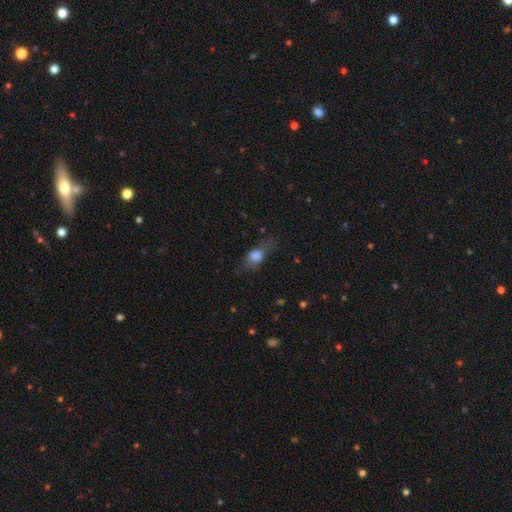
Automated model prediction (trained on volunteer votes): smooth 67%, featured or disk 22%, star or artifact 11%. Down the decision tree: how rounded — in between (66%); merging — none (45%).